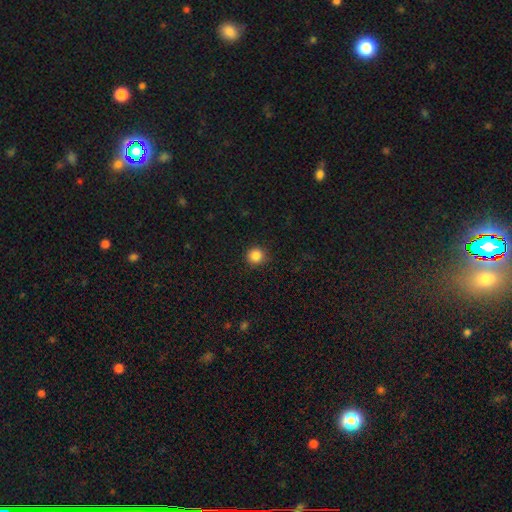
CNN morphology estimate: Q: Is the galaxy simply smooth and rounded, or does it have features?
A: smooth — 86%.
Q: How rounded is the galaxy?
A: round — 95%.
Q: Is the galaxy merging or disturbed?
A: none — 91%.